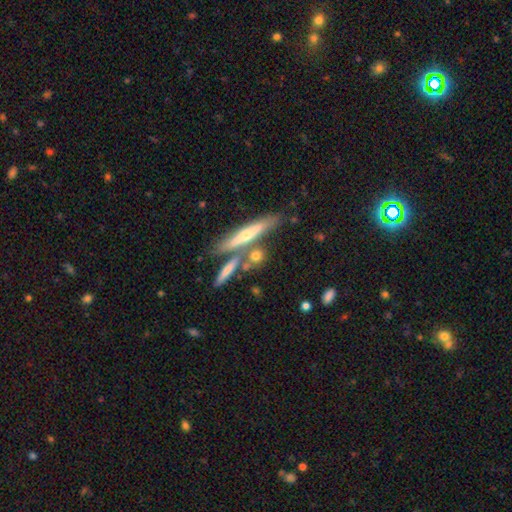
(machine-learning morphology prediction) The model was most divided on "smooth or featured": smooth: 55%, featured or disk: 36%, star or artifact: 9%. More confident: how rounded — cigar-shaped (65%); merging — none (59%).